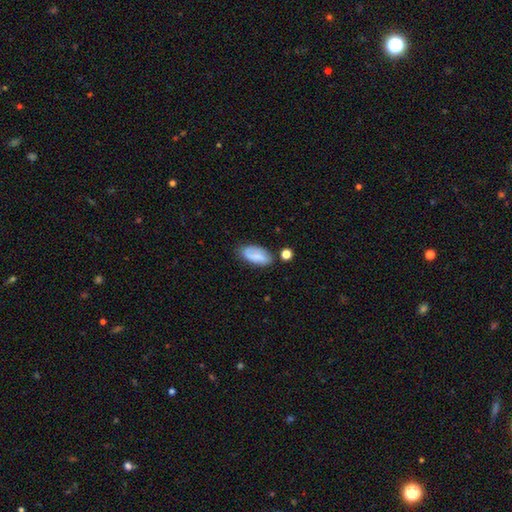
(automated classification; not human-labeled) Smooth or featured? Predicted: smooth (p=0.66). How rounded? Predicted: in between (p=0.89). Merging? Predicted: none (p=0.70).